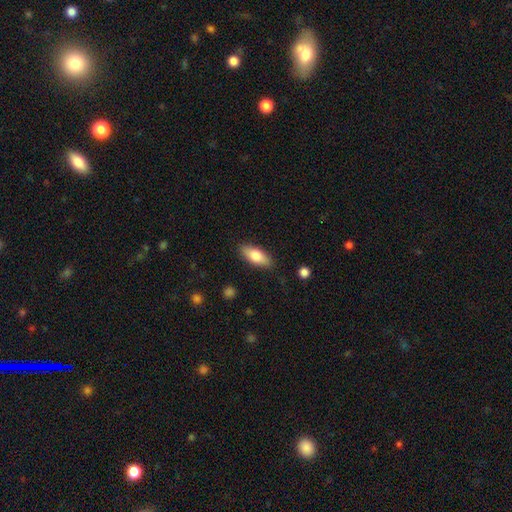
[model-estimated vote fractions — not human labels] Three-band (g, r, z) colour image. It shows a smooth galaxy with no disk features (73%) that is in between round and cigar-shaped (74%). Merging: none (86%).